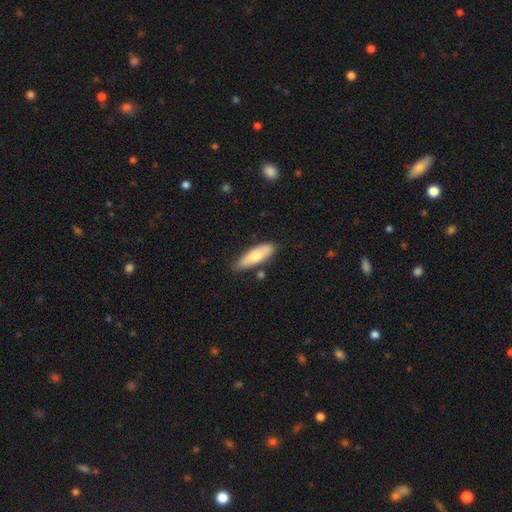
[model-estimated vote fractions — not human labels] Smooth or featured? smooth (68%)
How rounded? in between (57%)
Merging? none (75%)